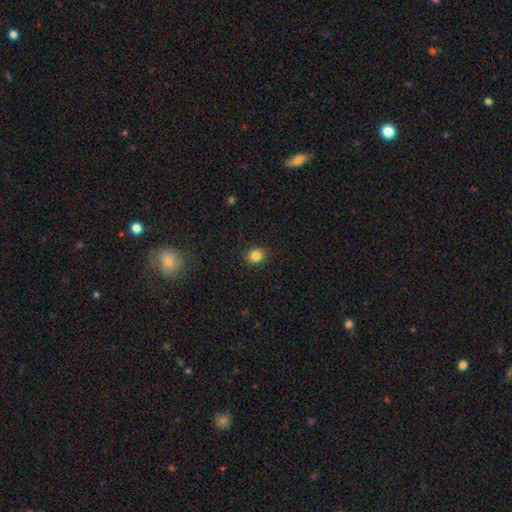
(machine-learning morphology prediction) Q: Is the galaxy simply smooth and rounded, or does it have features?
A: smooth — 85%.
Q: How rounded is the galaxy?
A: round — 56%.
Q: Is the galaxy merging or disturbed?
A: none — 89%.